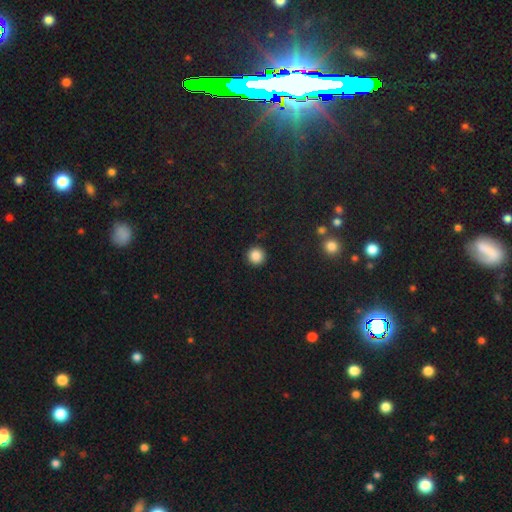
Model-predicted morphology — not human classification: Smooth or featured? Predicted: smooth (p=0.86). How rounded? Predicted: round (p=0.96). Merging? Predicted: none (p=0.92).